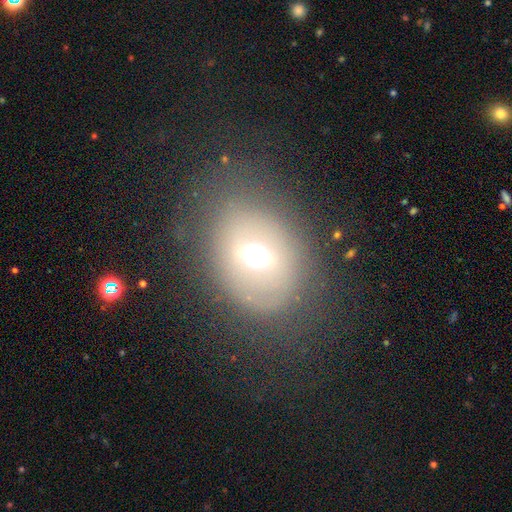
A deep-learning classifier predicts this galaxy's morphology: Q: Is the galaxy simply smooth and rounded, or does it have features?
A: smooth — 55%.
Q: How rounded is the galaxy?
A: round — 55%.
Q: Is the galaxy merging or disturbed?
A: none — 69%.